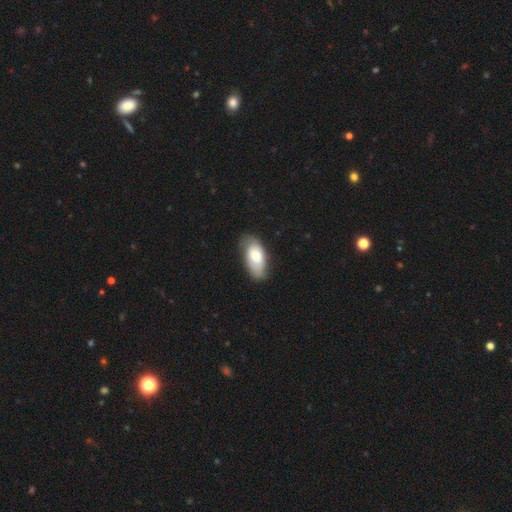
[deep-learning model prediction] Smooth or featured?
  - smooth: 65% *
  - featured or disk: 29%
  - star or artifact: 6%
How rounded?
  - in between: 92% *
  - cigar-shaped: 4%
  - round: 3%
Merging?
  - none: 70% *
  - minor disturbance: 24%
  - major disturbance: 5%
  - merger: 1%